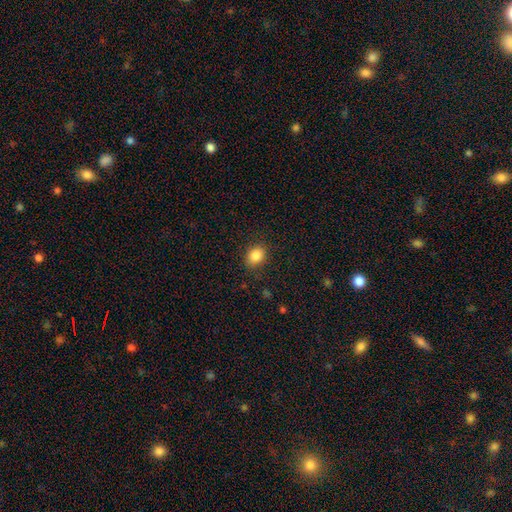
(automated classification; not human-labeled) Overall: smooth (86%). How rounded: in between (60%; round 39%). Merging: none (86%).